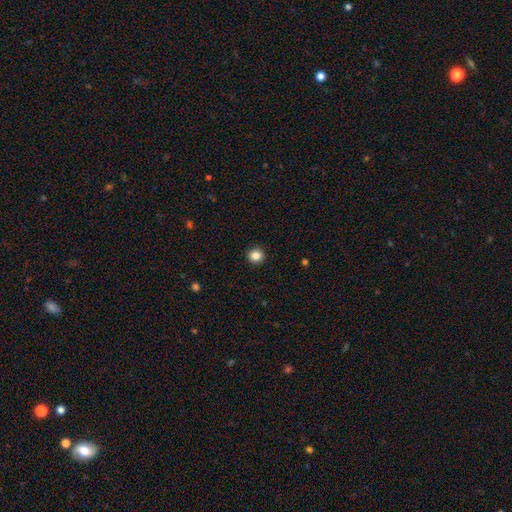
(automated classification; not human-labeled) smooth 85%, star or artifact 11%, featured or disk 4%. Down the decision tree: how rounded — round (92%); merging — none (93%).